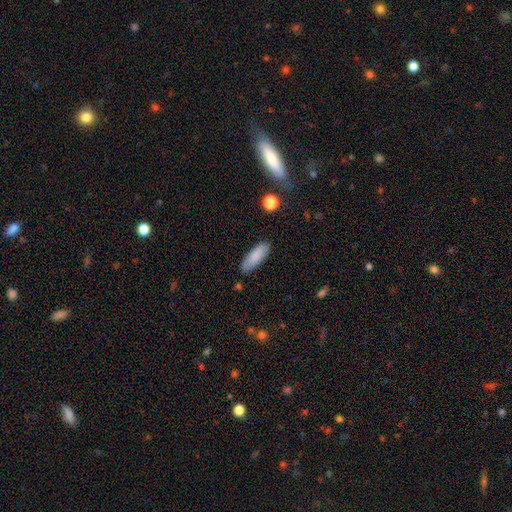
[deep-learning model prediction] Morphology: type=smooth (86%); roundness=in between (59%); merging=none (85%).